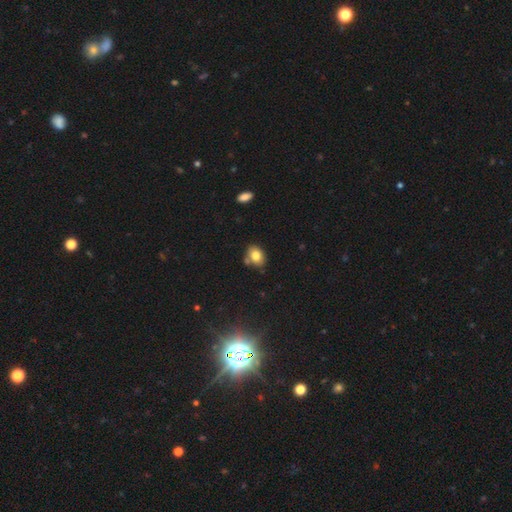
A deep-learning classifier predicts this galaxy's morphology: Smooth or featured?
  - smooth: 79% *
  - featured or disk: 11%
  - star or artifact: 10%
How rounded?
  - in between: 69% *
  - round: 30%
  - cigar-shaped: 1%
Merging?
  - none: 70% *
  - minor disturbance: 14%
  - merger: 13%
  - major disturbance: 3%